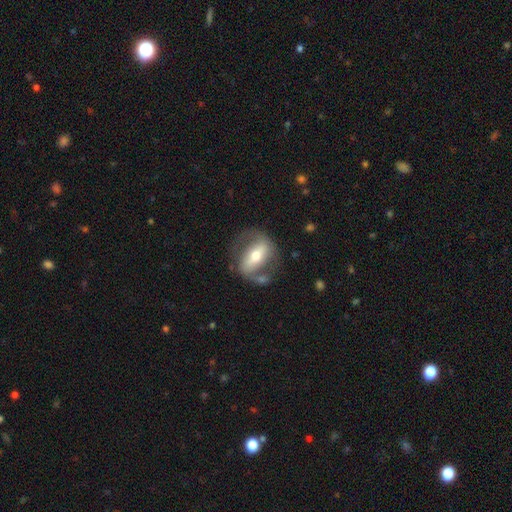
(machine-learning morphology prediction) type=featured or disk (70%); edge-on=no (86%); bar=strong (60%); spiral arms=yes (61%); bulge=moderate (67%); merging=none (63%).